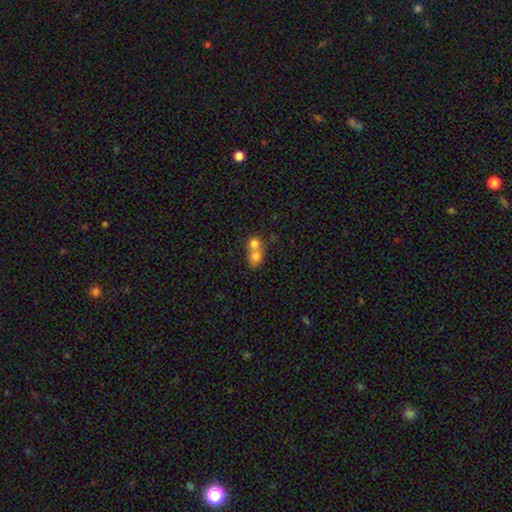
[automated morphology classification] This is likely a smooth galaxy (75%). How rounded: likely round (66%). Merging: likely merger (70%).